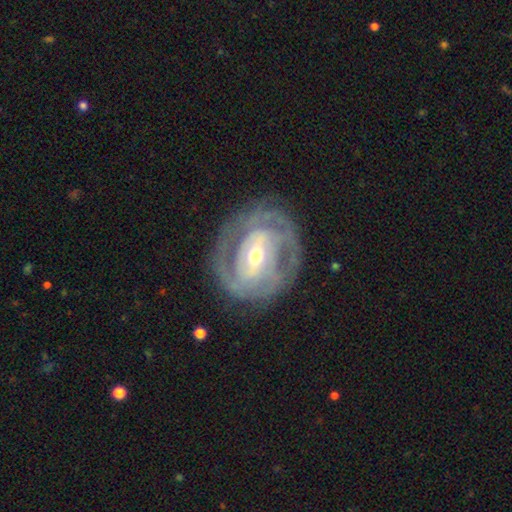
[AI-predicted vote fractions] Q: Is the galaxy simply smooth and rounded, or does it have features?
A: featured or disk — 83%.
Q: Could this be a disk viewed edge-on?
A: no — 96%.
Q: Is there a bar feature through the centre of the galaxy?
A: weak — 40%.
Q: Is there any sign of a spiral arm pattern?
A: yes — 85%.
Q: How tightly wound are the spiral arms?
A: tight — 63%.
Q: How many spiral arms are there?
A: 2 — 42%.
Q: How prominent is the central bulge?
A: moderate — 55%.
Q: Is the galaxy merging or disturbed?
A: none — 74%.